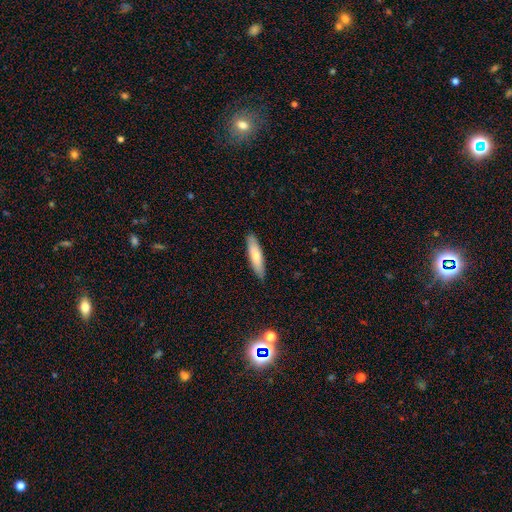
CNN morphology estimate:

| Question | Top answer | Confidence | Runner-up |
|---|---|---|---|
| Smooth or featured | smooth | 69% | featured or disk (26%) |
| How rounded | cigar-shaped | 72% | in between (27%) |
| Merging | none | 87% | minor disturbance (10%) |